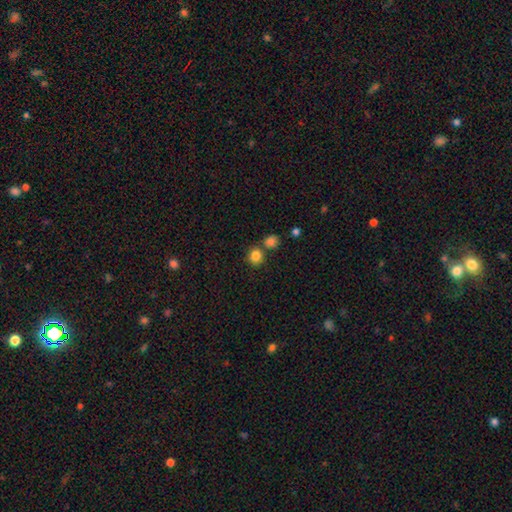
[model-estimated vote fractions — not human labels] Q: Smooth or featured?
A: smooth (83%); runner-up: star or artifact (12%)
Q: How rounded?
A: round (85%); runner-up: in between (14%)
Q: Merging?
A: none (68%); runner-up: merger (20%)